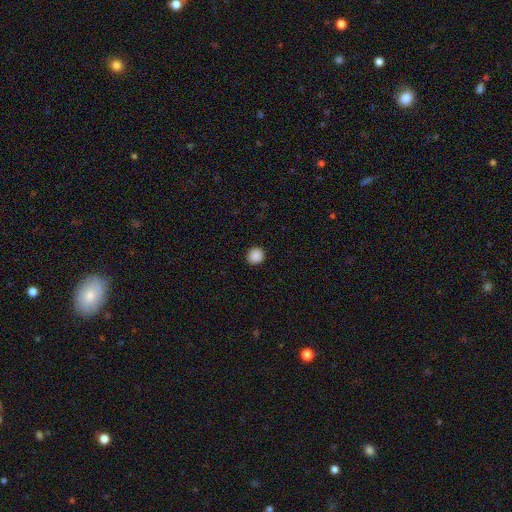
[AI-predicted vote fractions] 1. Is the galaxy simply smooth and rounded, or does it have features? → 89% smooth, 9% star or artifact, 2% featured or disk.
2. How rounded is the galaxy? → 91% round, 8% in between, 1% cigar-shaped.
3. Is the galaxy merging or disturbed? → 92% none, 5% minor disturbance, 2% major disturbance, 1% merger.